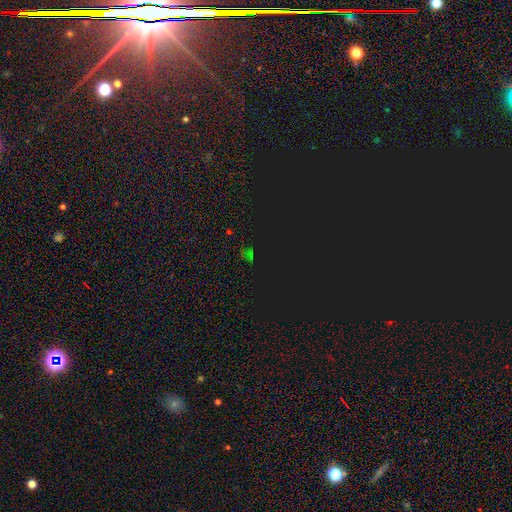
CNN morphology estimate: Smooth or featured? Predicted: star or artifact (p=0.77).